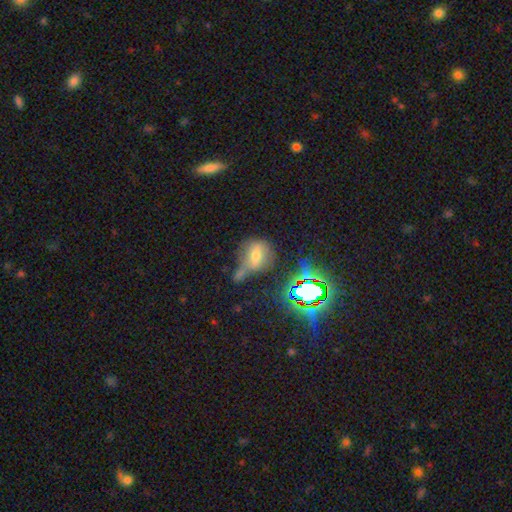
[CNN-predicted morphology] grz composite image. It shows a smooth galaxy with no disk features (49%). Merging: none (37%).